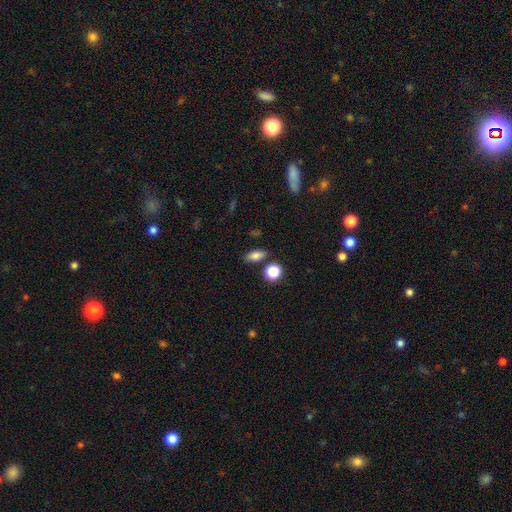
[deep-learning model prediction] The model was most divided on "how rounded": in between: 74%, round: 16%, cigar-shaped: 10%. More confident: smooth or featured — smooth (80%); merging — none (79%).